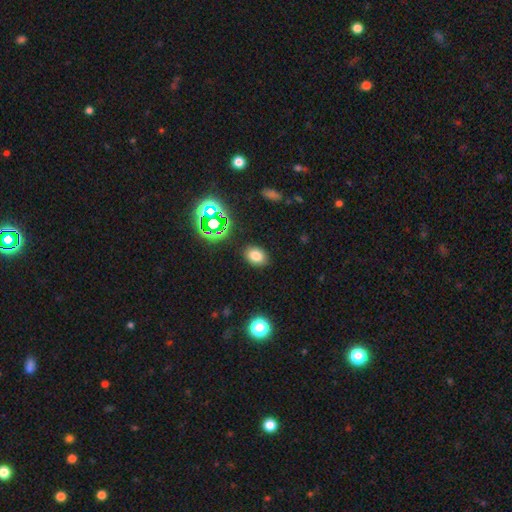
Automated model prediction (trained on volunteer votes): The model was most divided on "how rounded": in between: 71%, round: 28%, cigar-shaped: 1%. More confident: merging — none (86%); smooth or featured — smooth (75%).